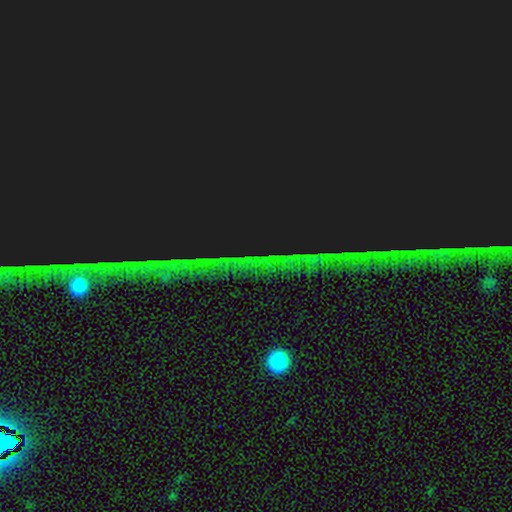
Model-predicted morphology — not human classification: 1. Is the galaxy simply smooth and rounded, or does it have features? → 85% star or artifact, 8% smooth, 8% featured or disk.